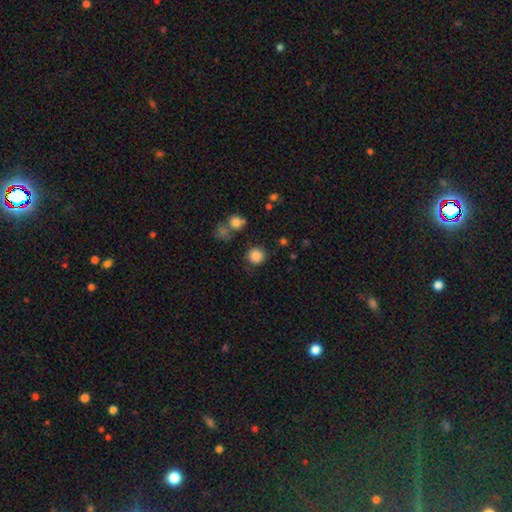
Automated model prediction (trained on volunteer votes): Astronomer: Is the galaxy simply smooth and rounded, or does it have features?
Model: smooth — 84%.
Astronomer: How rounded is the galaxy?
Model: round — 92%.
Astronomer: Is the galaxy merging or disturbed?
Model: none — 83%.